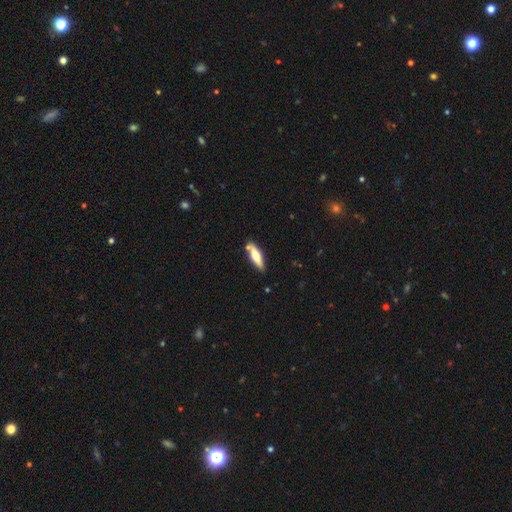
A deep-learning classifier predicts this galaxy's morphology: Smooth or featured? Predicted: smooth (p=0.61). How rounded? Predicted: cigar-shaped (p=0.59). Merging? Predicted: none (p=0.79).